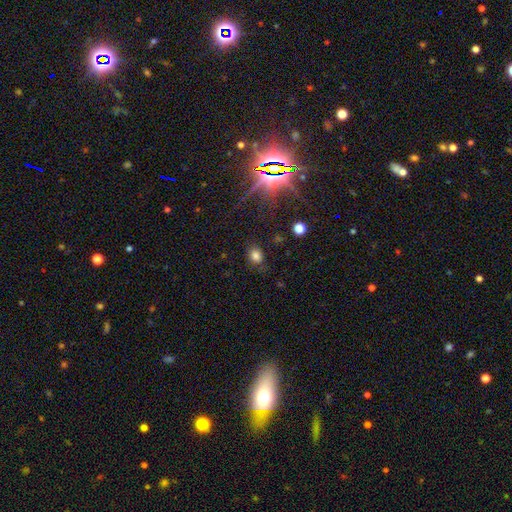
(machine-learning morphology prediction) This is likely a smooth galaxy (77%). How rounded: possibly round (53%). Merging: likely none (78%).